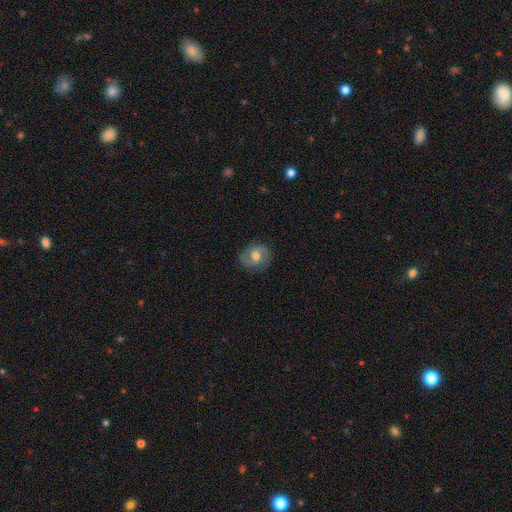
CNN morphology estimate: smooth_or_featured: featured or disk (p=0.68) [alt: smooth p=0.24]
disk_edge_on: no (p=0.97) [alt: yes p=0.03]
bar: no (p=0.51) [alt: weak p=0.40]
has_spiral_arms: yes (p=0.90) [alt: no p=0.10]
spiral_winding: medium (p=0.49) [alt: tight p=0.33]
spiral_arm_count: 2 (p=0.86) [alt: can't tell p=0.07]
bulge_size: moderate (p=0.71) [alt: small p=0.14]
merging: none (p=0.82) [alt: minor disturbance p=0.13]